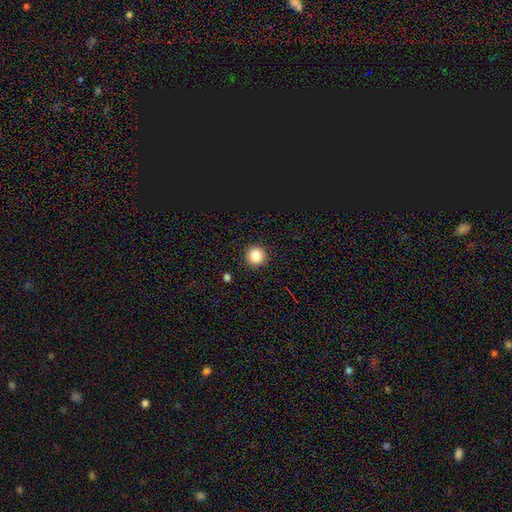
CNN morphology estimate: Smooth or featured? Predicted: smooth (p=0.85). How rounded? Predicted: round (p=0.95). Merging? Predicted: none (p=0.92).